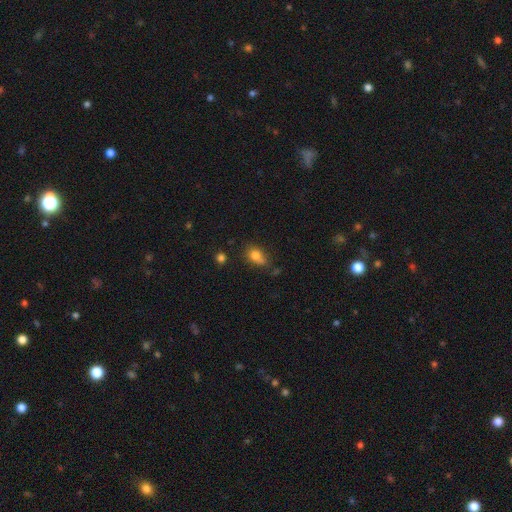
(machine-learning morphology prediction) A smooth galaxy with no disk features (77%) that is in between round and cigar-shaped (70%). Merging: none (52%).